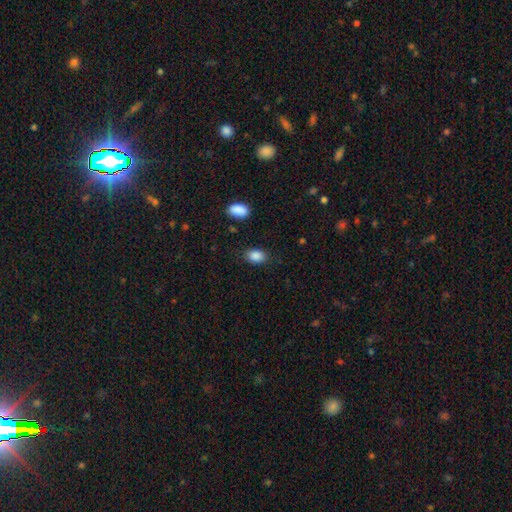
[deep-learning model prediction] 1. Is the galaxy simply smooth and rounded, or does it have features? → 88% smooth, 8% star or artifact, 4% featured or disk.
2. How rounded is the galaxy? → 84% in between, 15% round, 1% cigar-shaped.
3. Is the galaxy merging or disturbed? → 83% none, 12% minor disturbance, 3% major disturbance, 2% merger.